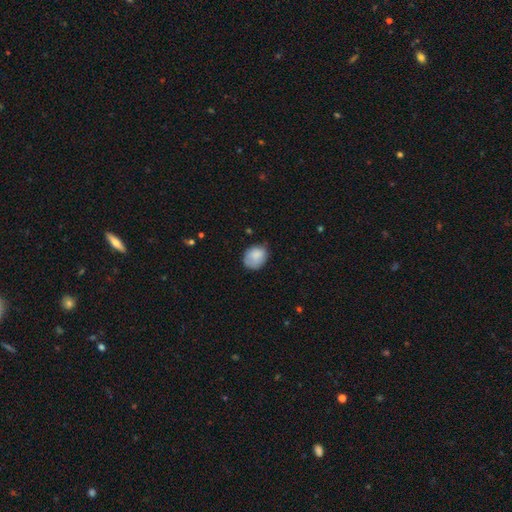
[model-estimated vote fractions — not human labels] Overall: smooth (84%). How rounded: in between (50%; round 49%). Merging: none (65%; minor disturbance 27%).